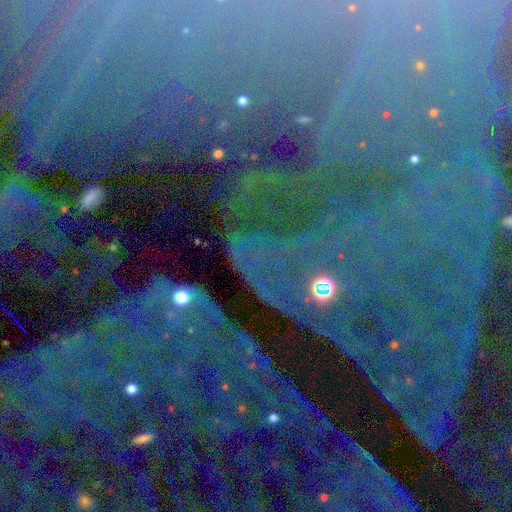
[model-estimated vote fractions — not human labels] A star or artifact, not a galaxy (85%).